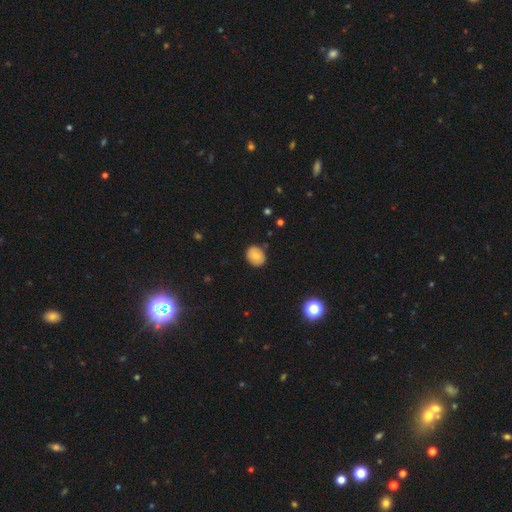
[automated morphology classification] Smooth or featured: smooth — 72% (featured or disk — 18%)
How rounded: round — 60% (in between — 39%)
Merging: none — 85% (minor disturbance — 11%)